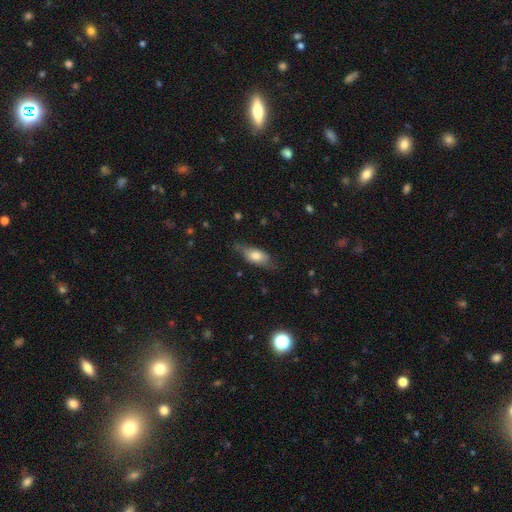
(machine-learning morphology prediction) This is likely a smooth galaxy (71%). How rounded: likely in between (79%). Merging: likely none (64%).